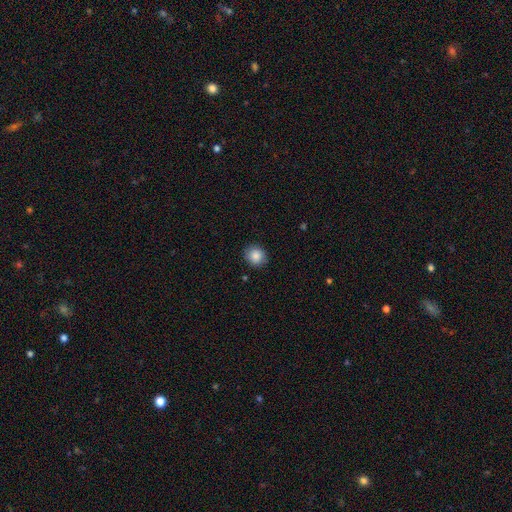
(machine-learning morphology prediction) Smooth or featured? smooth (87%)
How rounded? round (85%)
Merging? none (89%)